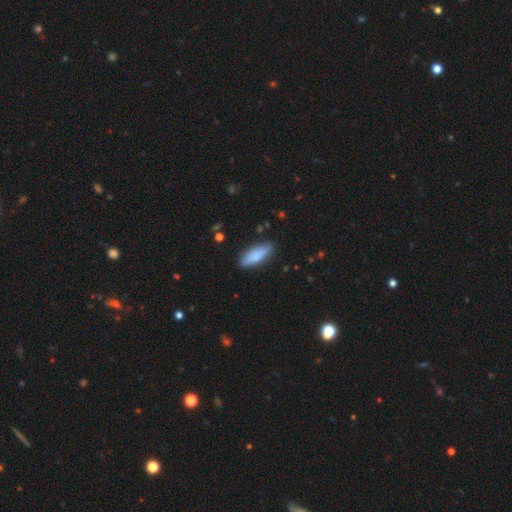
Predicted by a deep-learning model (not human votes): The model was most divided on "how rounded": in between: 63%, cigar-shaped: 35%, round: 2%. More confident: merging — none (84%); smooth or featured — smooth (82%).